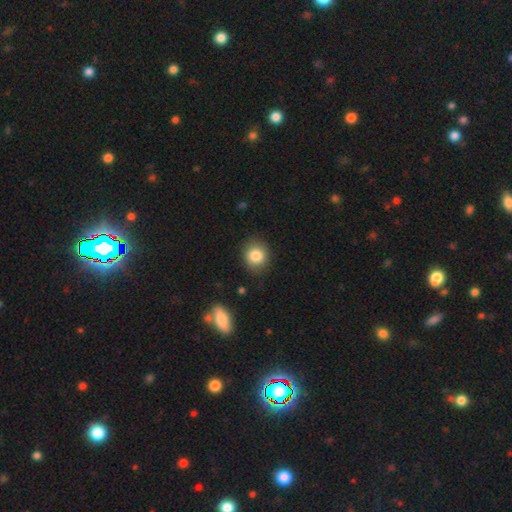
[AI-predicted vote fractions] Smooth or featured: smooth — 83% (star or artifact — 9%)
How rounded: round — 76% (in between — 23%)
Merging: none — 84% (minor disturbance — 12%)